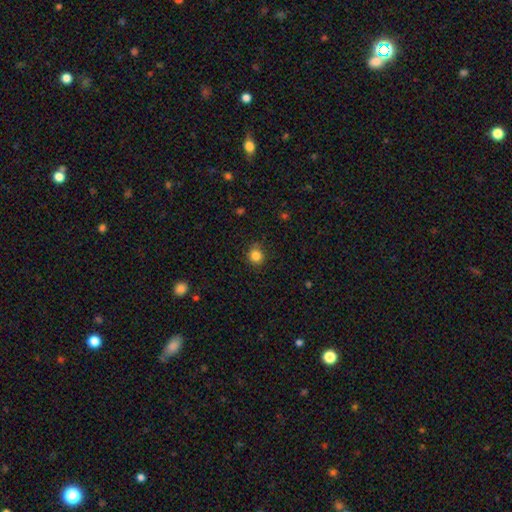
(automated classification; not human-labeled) smooth-or-featured: smooth: 84% | star or artifact: 11% | featured or disk: 4%
  how-rounded: round: 89% | in between: 10% | cigar-shaped: 1%
  merging: none: 85% | minor disturbance: 11% | major disturbance: 3% | merger: 1%